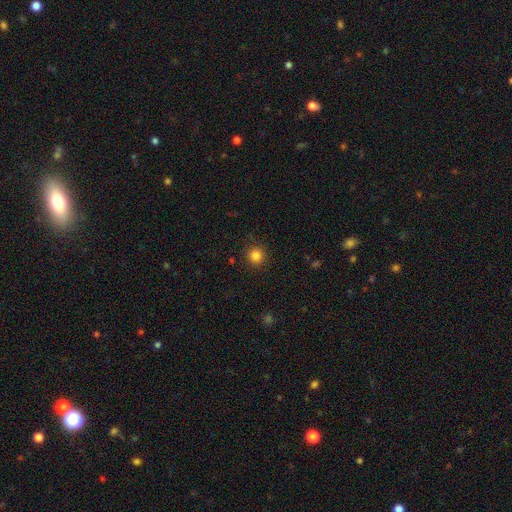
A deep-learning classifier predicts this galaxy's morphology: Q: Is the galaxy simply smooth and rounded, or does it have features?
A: smooth — 84%.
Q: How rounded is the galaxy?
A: round — 94%.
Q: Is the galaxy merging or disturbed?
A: none — 91%.